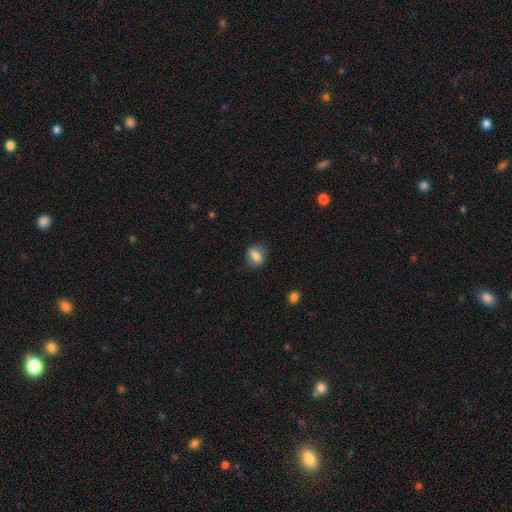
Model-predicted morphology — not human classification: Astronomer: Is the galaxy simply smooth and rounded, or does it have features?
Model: smooth — 73%.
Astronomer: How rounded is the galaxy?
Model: in between — 54% (runner-up: round, 44%).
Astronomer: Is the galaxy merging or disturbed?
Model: none — 81%.